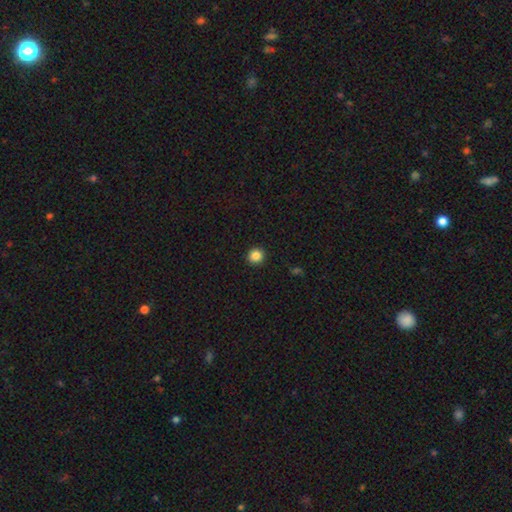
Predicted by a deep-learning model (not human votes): Smooth or featured: smooth — 86% (star or artifact — 11%)
How rounded: round — 93% (in between — 6%)
Merging: none — 93% (minor disturbance — 5%)